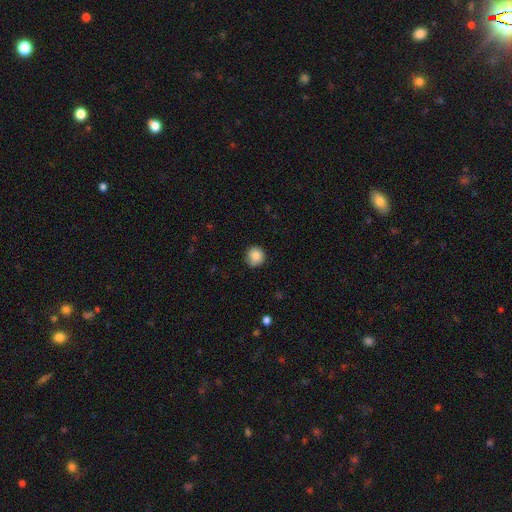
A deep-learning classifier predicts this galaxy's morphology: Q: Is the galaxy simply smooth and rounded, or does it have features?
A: smooth — 84%.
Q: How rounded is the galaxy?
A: round — 92%.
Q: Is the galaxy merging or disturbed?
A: none — 82%.